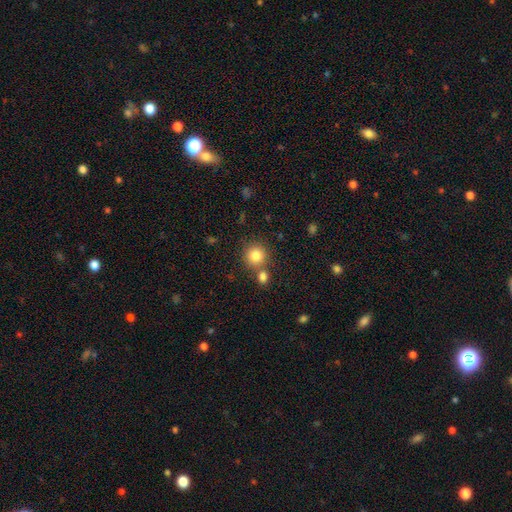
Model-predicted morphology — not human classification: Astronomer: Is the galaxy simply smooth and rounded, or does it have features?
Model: smooth — 83%.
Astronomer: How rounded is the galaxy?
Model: round — 91%.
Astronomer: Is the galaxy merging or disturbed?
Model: none — 68%.